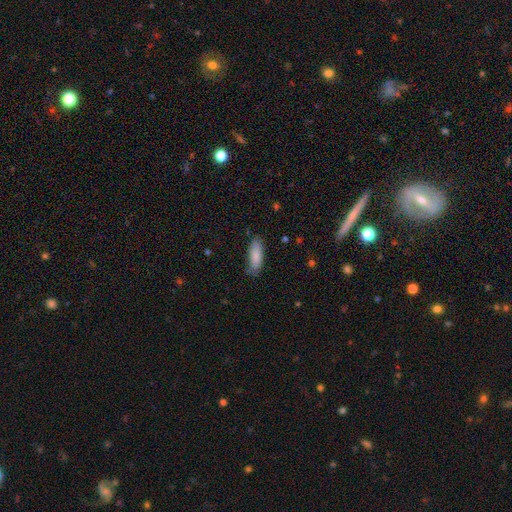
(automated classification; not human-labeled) This is clearly a smooth galaxy (87%). How rounded: likely in between (66%). Merging: likely none (80%).